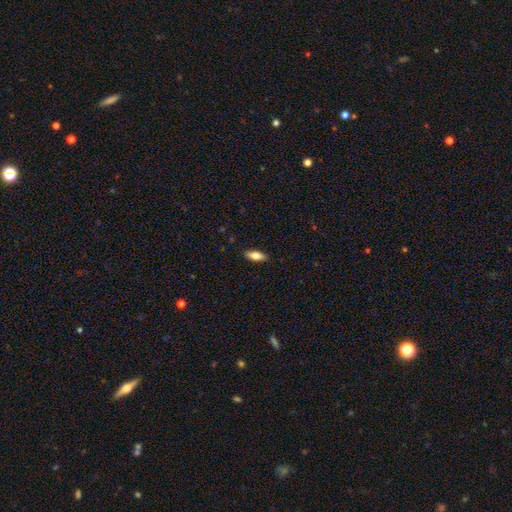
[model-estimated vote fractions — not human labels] Q: Smooth or featured?
A: smooth (77%); runner-up: featured or disk (17%)
Q: How rounded?
A: in between (74%); runner-up: cigar-shaped (23%)
Q: Merging?
A: none (88%); runner-up: minor disturbance (9%)